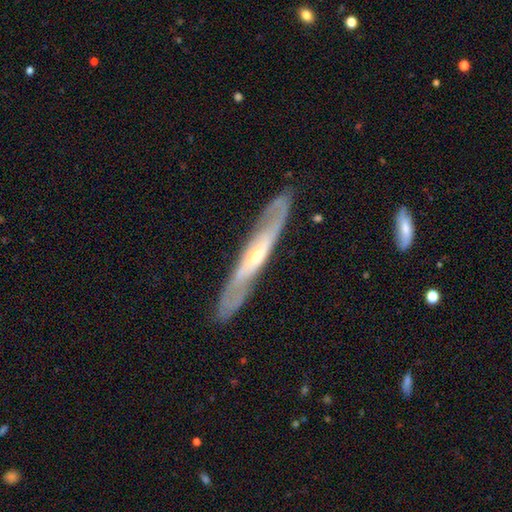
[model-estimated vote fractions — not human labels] smooth-or-featured: featured or disk: 76% | smooth: 18% | star or artifact: 6%
  disk-edge-on: yes: 56% | no: 44%
  merging: none: 85% | minor disturbance: 11% | major disturbance: 3% | merger: 1%